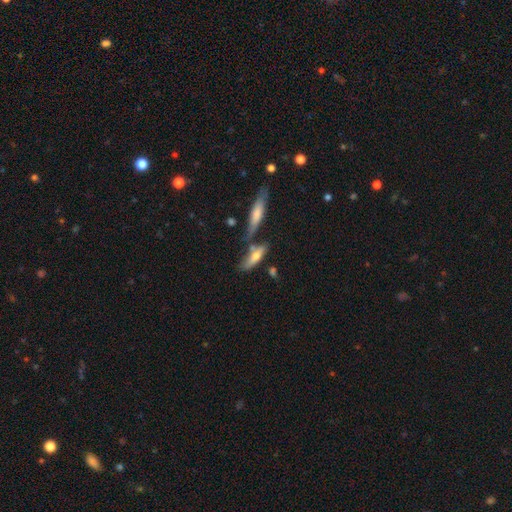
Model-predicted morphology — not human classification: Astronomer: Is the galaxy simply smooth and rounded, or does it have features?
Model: smooth — 62%.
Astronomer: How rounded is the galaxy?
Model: cigar-shaped — 58% (runner-up: in between, 40%).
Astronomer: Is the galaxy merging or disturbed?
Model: none — 54%.